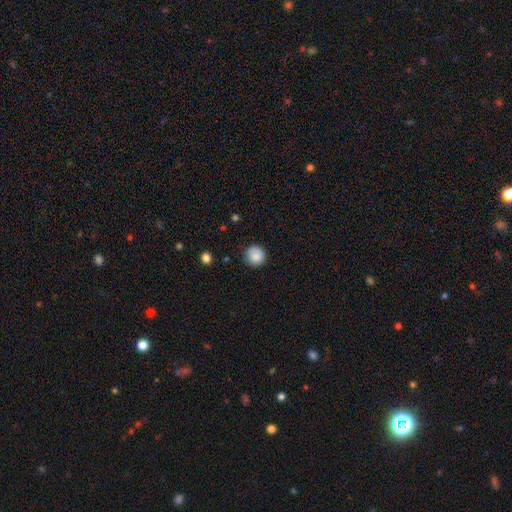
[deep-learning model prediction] Smooth or featured?
  - smooth: 86% *
  - star or artifact: 9%
  - featured or disk: 5%
How rounded?
  - round: 92% *
  - in between: 7%
  - cigar-shaped: 1%
Merging?
  - none: 82% *
  - minor disturbance: 14%
  - major disturbance: 3%
  - merger: 1%